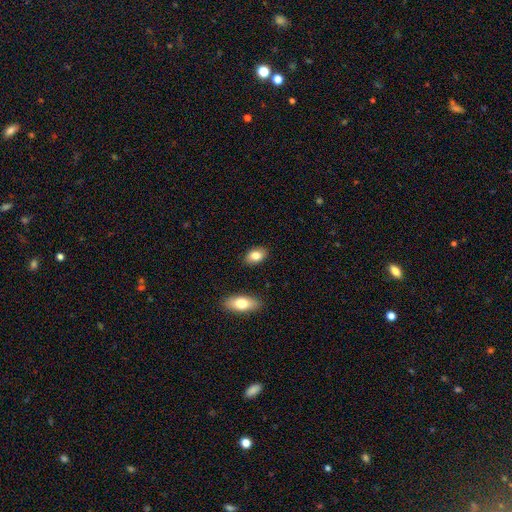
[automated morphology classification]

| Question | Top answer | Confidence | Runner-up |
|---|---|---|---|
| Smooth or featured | smooth | 82% | featured or disk (10%) |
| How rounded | in between | 88% | round (11%) |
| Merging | none | 87% | minor disturbance (9%) |